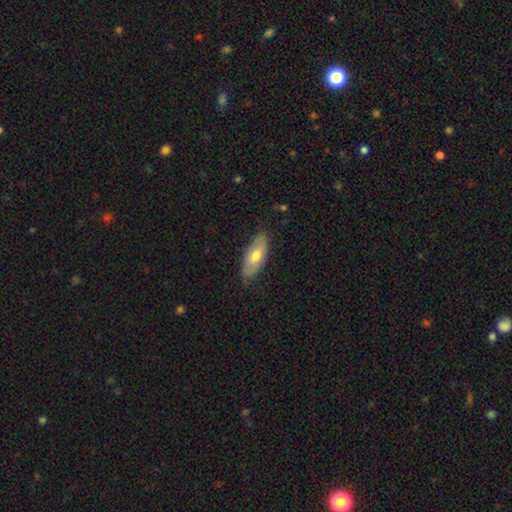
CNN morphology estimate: A smooth galaxy with no disk features (58%) that is in between round and cigar-shaped (79%). Merging: none (81%).